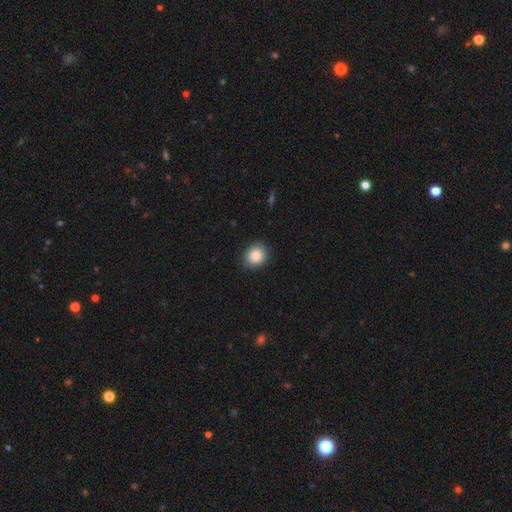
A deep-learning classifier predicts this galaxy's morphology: type=smooth (87%); roundness=round (71%); merging=none (86%).